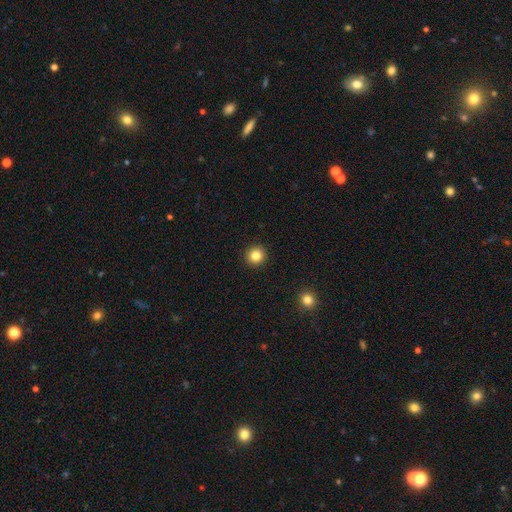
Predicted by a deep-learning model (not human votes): Morphology: type=smooth (83%); roundness=round (95%); merging=none (93%).